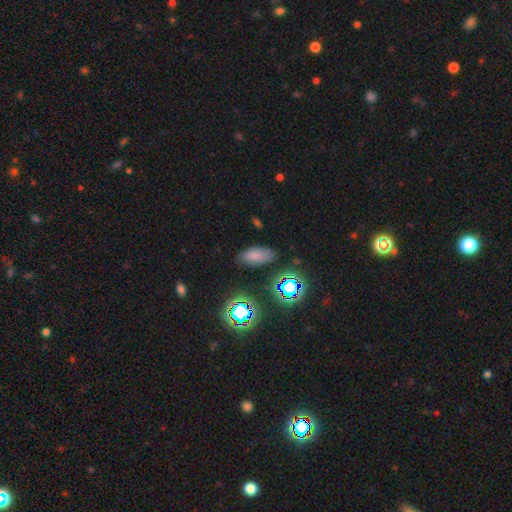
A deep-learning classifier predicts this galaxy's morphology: The model was most divided on "smooth or featured": smooth: 69%, star or artifact: 22%, featured or disk: 9%. More confident: how rounded — in between (89%); merging — none (78%).